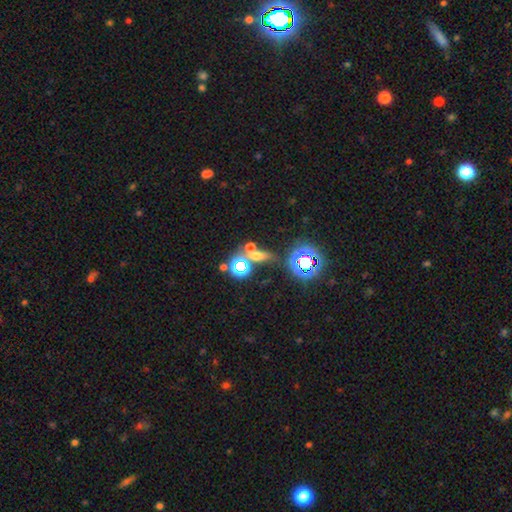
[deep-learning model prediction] Smooth or featured?
  - smooth: 46% *
  - star or artifact: 41%
  - featured or disk: 13%
Merging?
  - none: 57% *
  - merger: 26%
  - minor disturbance: 11%
  - major disturbance: 6%